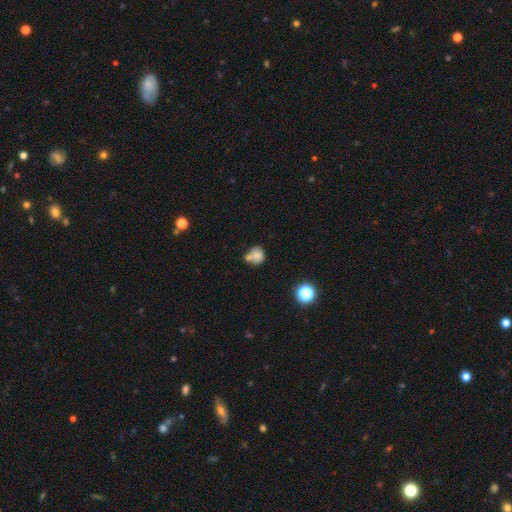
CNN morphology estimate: Smooth or featured: smooth — 76% (featured or disk — 12%)
How rounded: round — 77% (in between — 22%)
Merging: none — 41% (merger — 37%)